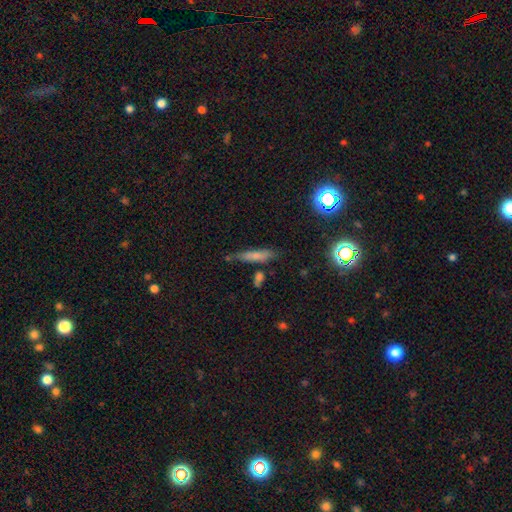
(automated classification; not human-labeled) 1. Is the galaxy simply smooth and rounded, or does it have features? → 68% smooth, 20% featured or disk, 12% star or artifact.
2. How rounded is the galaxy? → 76% cigar-shaped, 22% in between, 3% round.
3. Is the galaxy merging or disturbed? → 64% none, 22% minor disturbance, 8% merger, 6% major disturbance.